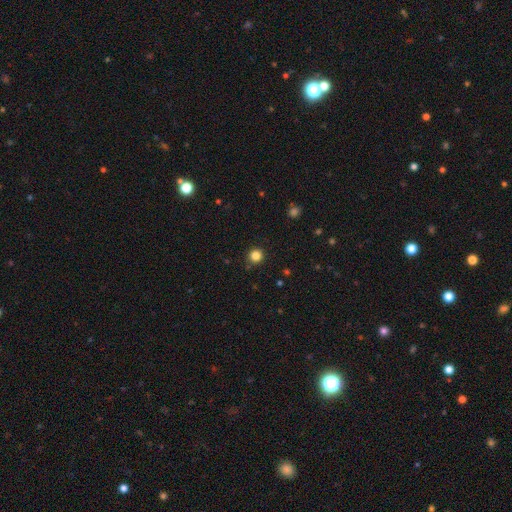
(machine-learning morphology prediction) Smooth or featured: smooth — 83% (star or artifact — 13%)
How rounded: round — 95% (in between — 4%)
Merging: none — 91% (minor disturbance — 6%)